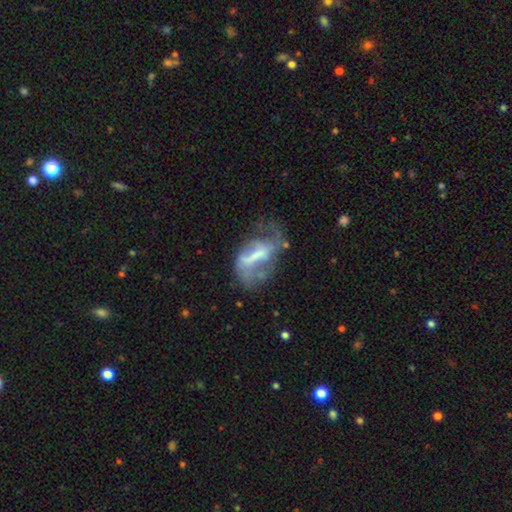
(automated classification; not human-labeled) Smooth or featured? featured or disk (64%)
Edge-on disk? no (94%)
Bar? strong (40%)
Spiral arms? no (54%)
Bulge size? none (39%)
Merging? major disturbance (41%)